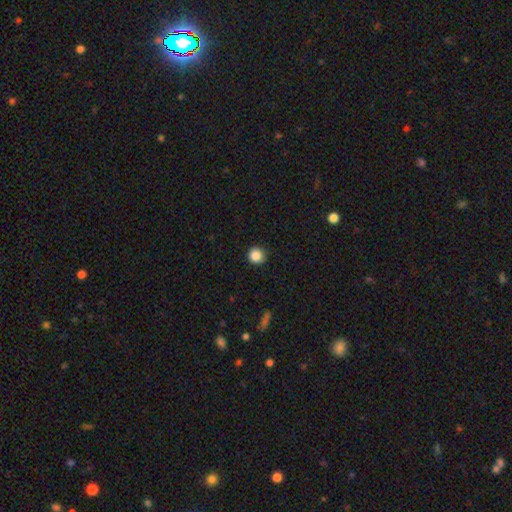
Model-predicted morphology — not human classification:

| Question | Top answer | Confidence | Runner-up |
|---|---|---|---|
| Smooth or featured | smooth | 87% | star or artifact (10%) |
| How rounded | round | 93% | in between (6%) |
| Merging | none | 89% | minor disturbance (8%) |